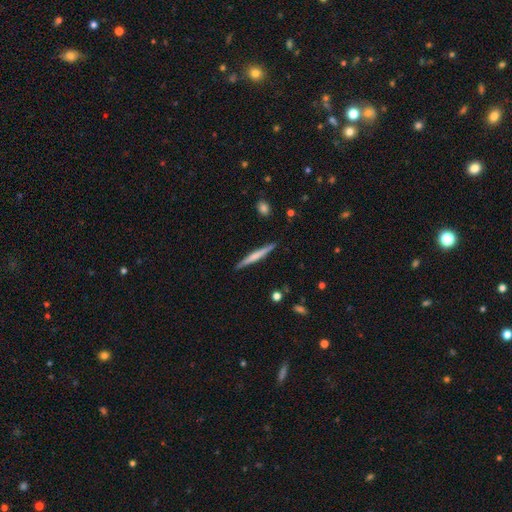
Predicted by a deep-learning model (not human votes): Q: Smooth or featured?
A: smooth (47%); tied with: featured or disk (47%)
Q: Merging?
A: none (89%); runner-up: minor disturbance (8%)